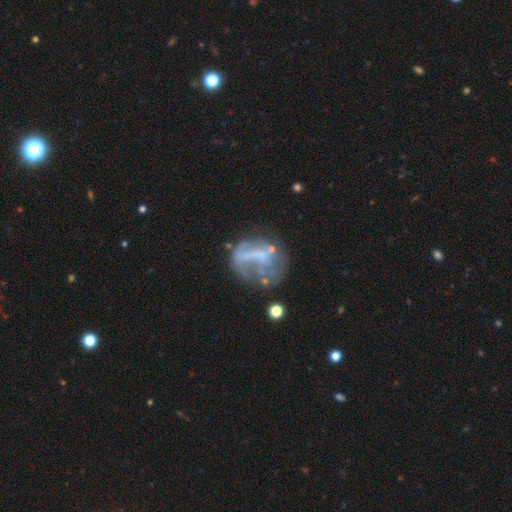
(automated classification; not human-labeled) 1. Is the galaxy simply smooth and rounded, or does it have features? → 58% featured or disk, 28% smooth, 14% star or artifact.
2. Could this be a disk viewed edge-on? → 96% no, 4% yes.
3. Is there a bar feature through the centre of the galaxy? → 56% no, 23% weak, 21% strong.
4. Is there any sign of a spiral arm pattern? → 78% no, 22% yes.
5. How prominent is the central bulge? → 67% none, 18% small, 11% moderate, 3% large, 1% dominant.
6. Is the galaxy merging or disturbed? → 38% none, 33% major disturbance, 20% minor disturbance, 10% merger.